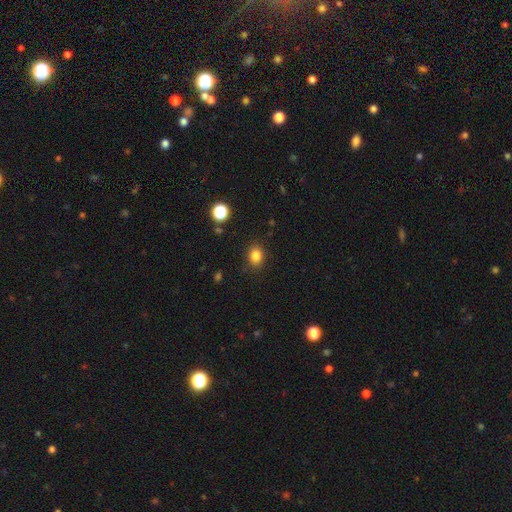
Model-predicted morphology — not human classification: A smooth galaxy with no disk features (84%) that is in between round and cigar-shaped (52%). Merging: none (86%).